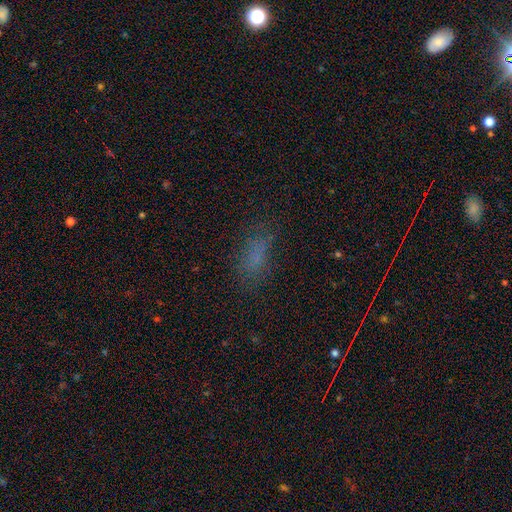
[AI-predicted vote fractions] Overall: smooth (66%). How rounded: in between (77%). Merging: none (67%).